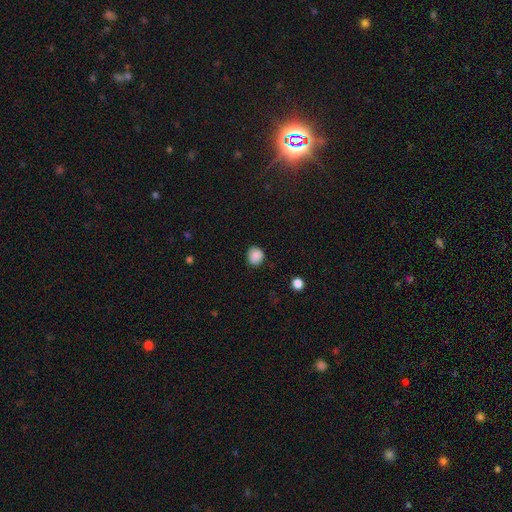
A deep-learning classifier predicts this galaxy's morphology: The model was most divided on "how rounded": round: 81%, in between: 18%, cigar-shaped: 1%. More confident: smooth or featured — smooth (88%); merging — none (86%).